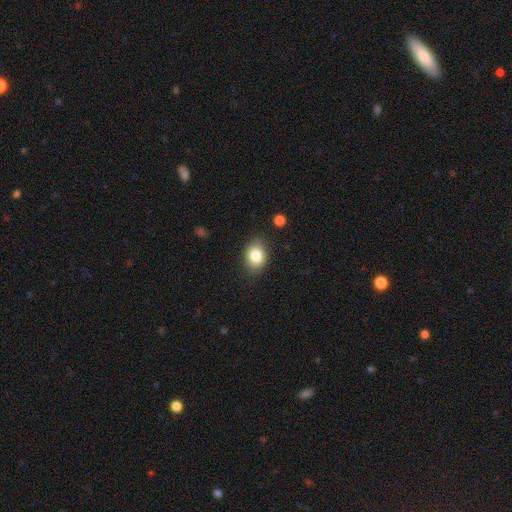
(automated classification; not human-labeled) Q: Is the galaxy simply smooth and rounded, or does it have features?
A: smooth — 83%.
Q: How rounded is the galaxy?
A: in between — 59%.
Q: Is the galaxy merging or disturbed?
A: none — 84%.